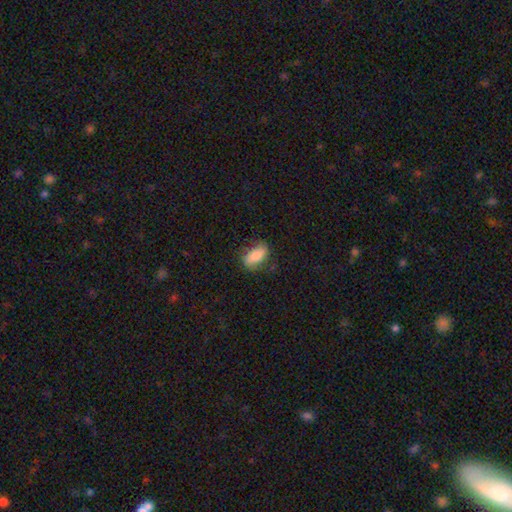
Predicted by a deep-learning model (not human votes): Smooth or featured?
  - smooth: 71% *
  - featured or disk: 22%
  - star or artifact: 7%
How rounded?
  - in between: 86% *
  - cigar-shaped: 9%
  - round: 5%
Merging?
  - none: 69% *
  - minor disturbance: 21%
  - major disturbance: 8%
  - merger: 1%